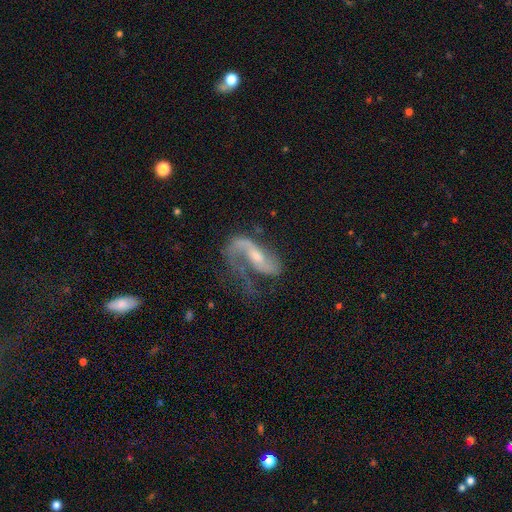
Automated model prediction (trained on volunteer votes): smooth-or-featured: featured or disk: 84% | smooth: 10% | star or artifact: 6%
  disk-edge-on: no: 95% | yes: 5%
    bar: no: 39% (tied) | weak: 39% (tied) | strong: 22%
    has-spiral-arms: yes: 94% | no: 6%
      spiral-winding: loose: 54% | medium: 35% | tight: 10%
      spiral-arm-count: 2: 63% | 1: 30% | can't tell: 4% | 3: 1% | 4: 1% | more than 4: 1%
    bulge-size: small: 48% | moderate: 43% | none: 4% | large: 3% | dominant: 1%
  merging: none: 39% | major disturbance: 37% | minor disturbance: 20% | merger: 4%